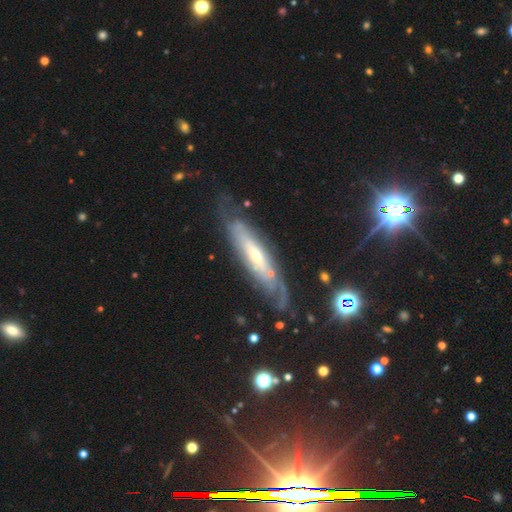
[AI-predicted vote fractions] Smooth or featured: featured or disk — 79% (smooth — 14%)
Edge-on disk: no — 65% (yes — 35%)
Bar: no — 56% (weak — 31%)
Spiral arms: yes — 85% (no — 15%)
Bulge size: small — 49% (moderate — 45%)
Merging: none — 67% (minor disturbance — 20%)